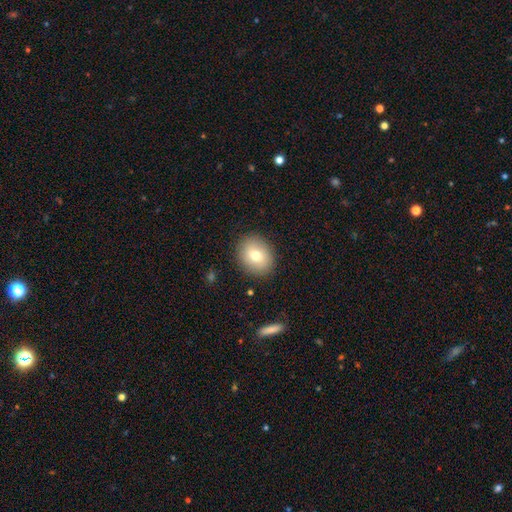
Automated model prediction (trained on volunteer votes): A smooth galaxy with no disk features (76%) that is round (58%). Merging: none (87%).